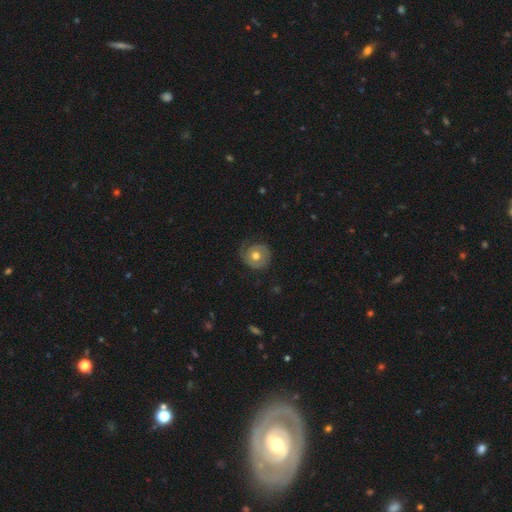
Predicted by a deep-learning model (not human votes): This appears to be a featured or disk galaxy (68%) with no bar (82%), 1 (43%) tight (64%) spiral arms (86%) and a moderate central bulge (79%). Merging: none (72%).